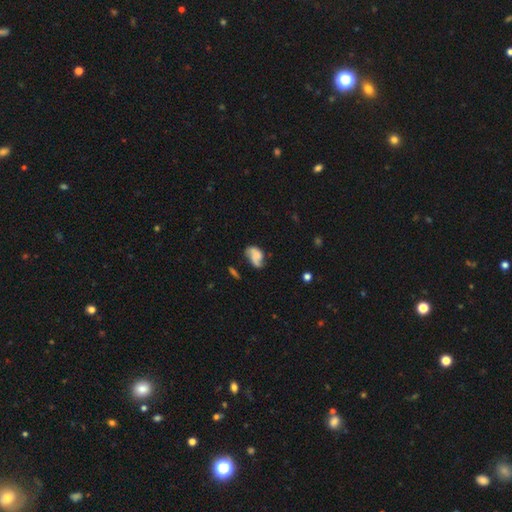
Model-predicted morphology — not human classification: type=smooth (45%, tied with featured or disk); merging=none (42%).